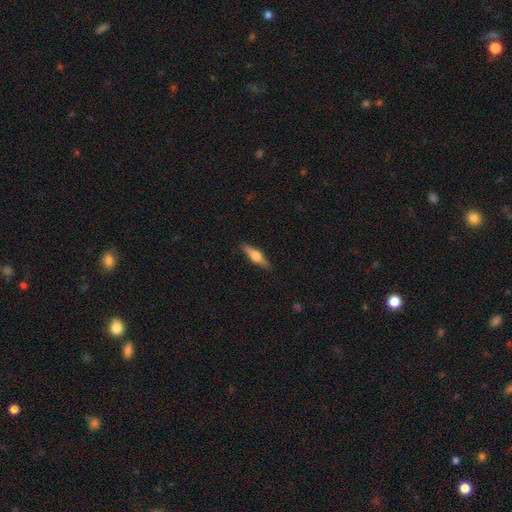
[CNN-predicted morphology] smooth-or-featured: featured or disk: 56% | smooth: 38% | star or artifact: 6%
  disk-edge-on: yes: 95% | no: 5%
    edge-on-bulge: rounded: 93% | boxy: 5% | none: 2%
  merging: none: 89% | minor disturbance: 8% | major disturbance: 2% | merger: 1%